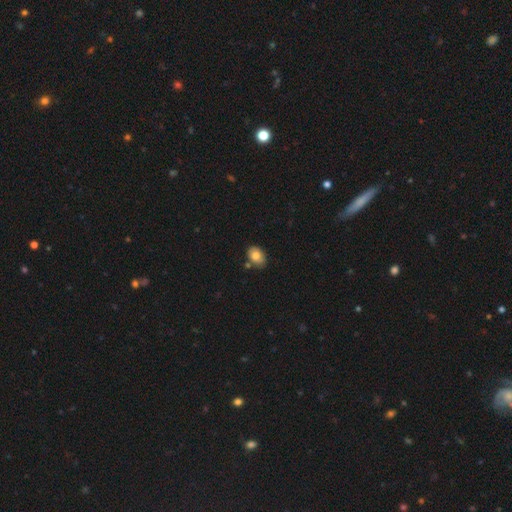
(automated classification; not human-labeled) Smooth or featured: smooth — 80% (featured or disk — 12%)
How rounded: in between — 78% (round — 21%)
Merging: none — 76% (minor disturbance — 15%)